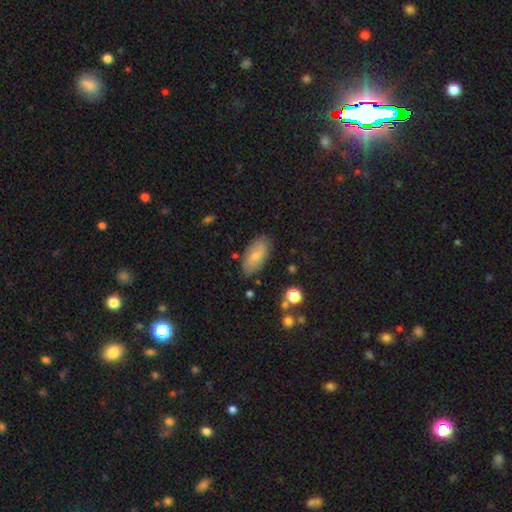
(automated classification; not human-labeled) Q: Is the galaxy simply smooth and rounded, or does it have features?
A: smooth — 71%.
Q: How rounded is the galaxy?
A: in between — 90%.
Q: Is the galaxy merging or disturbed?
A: none — 83%.